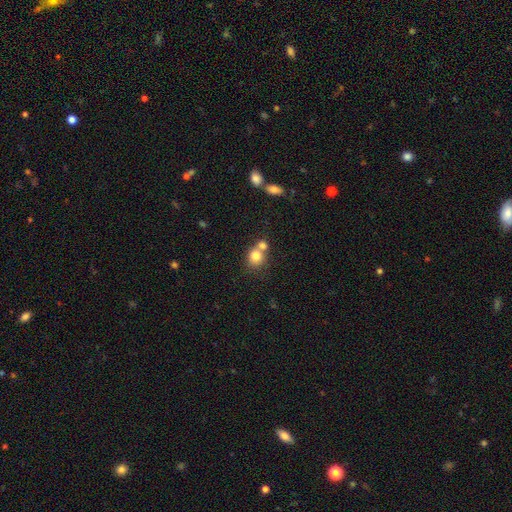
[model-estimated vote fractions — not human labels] smooth_or_featured: smooth (p=0.79) [alt: star or artifact p=0.11]
how_rounded: round (p=0.79) [alt: in between p=0.20]
merging: merger (p=0.48) [alt: none p=0.41]